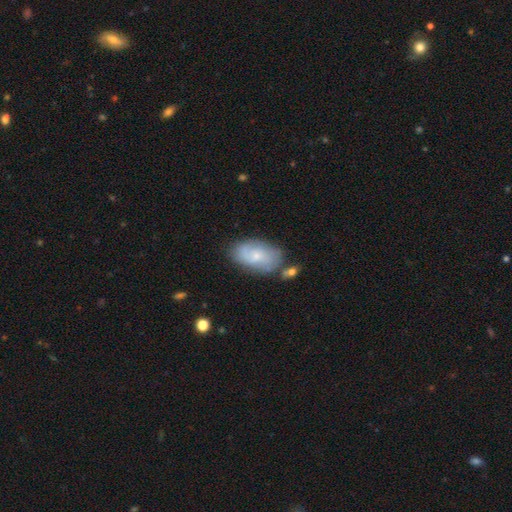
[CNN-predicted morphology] This is possibly a smooth galaxy (50%). How rounded: clearly in between (92%). Merging: likely none (65%).